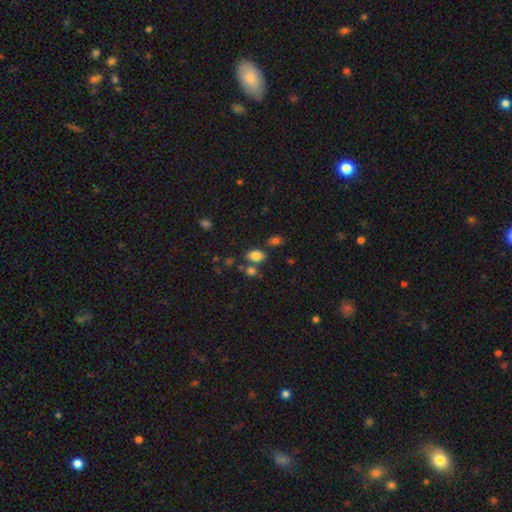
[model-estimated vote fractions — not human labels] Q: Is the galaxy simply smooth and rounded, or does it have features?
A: smooth — 82%.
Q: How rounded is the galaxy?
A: in between — 81%.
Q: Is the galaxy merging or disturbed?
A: none — 68%.